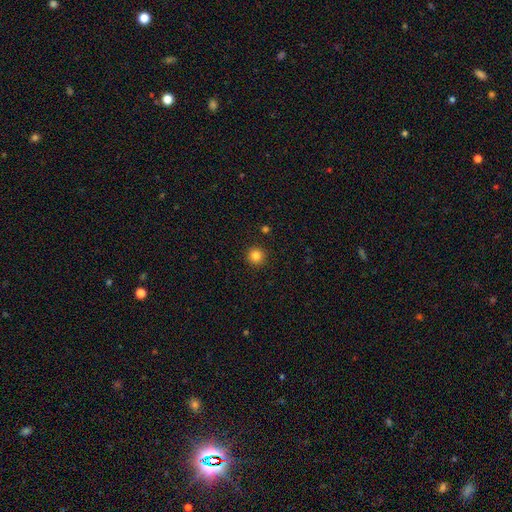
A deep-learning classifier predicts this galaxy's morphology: Smooth or featured?
  - smooth: 84% *
  - star or artifact: 12%
  - featured or disk: 4%
How rounded?
  - round: 96% *
  - in between: 4%
  - cigar-shaped: 1%
Merging?
  - none: 93% *
  - minor disturbance: 5%
  - major disturbance: 2%
  - merger: 1%